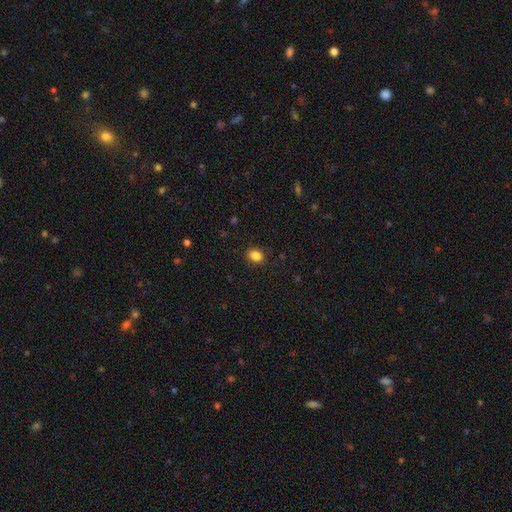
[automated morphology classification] This appears to be a smooth galaxy with no disk features (85%) that is in between round and cigar-shaped (55%). Merging: none (87%).